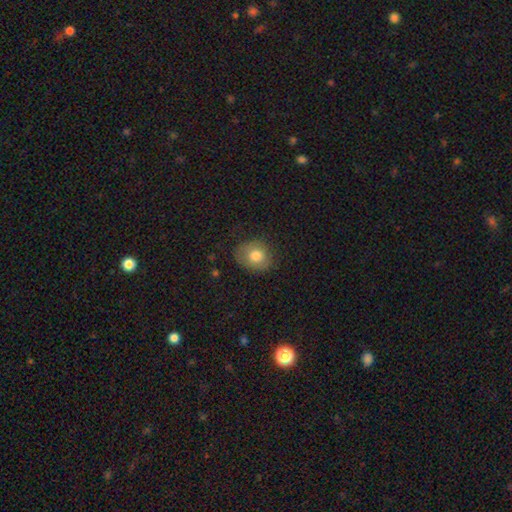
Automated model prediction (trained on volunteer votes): smooth-or-featured: smooth: 77% | featured or disk: 14% | star or artifact: 9%
  how-rounded: round: 59% | in between: 40% | cigar-shaped: 1%
  merging: none: 74% | minor disturbance: 19% | major disturbance: 6% | merger: 1%